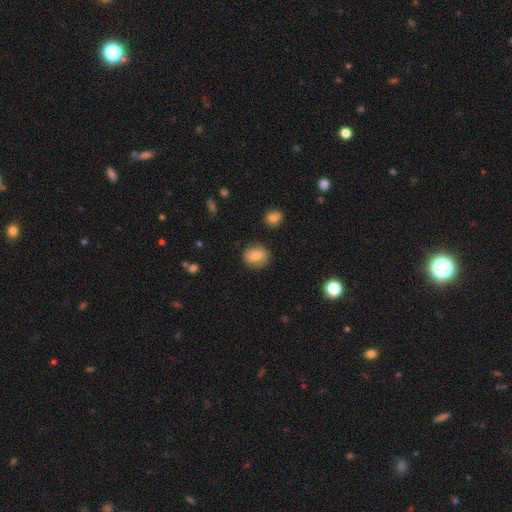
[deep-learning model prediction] Q: Smooth or featured?
A: smooth (79%); runner-up: featured or disk (12%)
Q: How rounded?
A: round (73%); runner-up: in between (26%)
Q: Merging?
A: none (84%); runner-up: minor disturbance (11%)